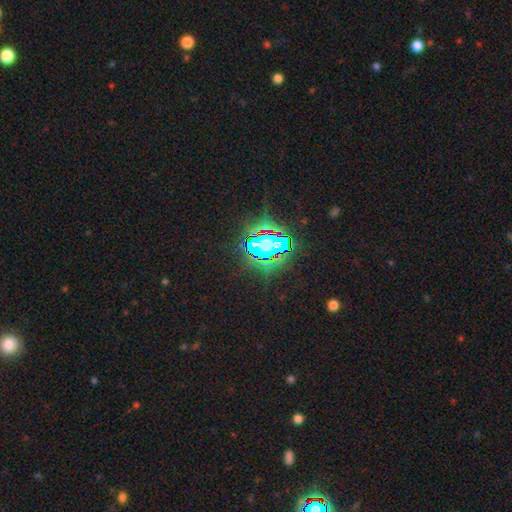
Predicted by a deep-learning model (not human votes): Overall: star or artifact (71%).